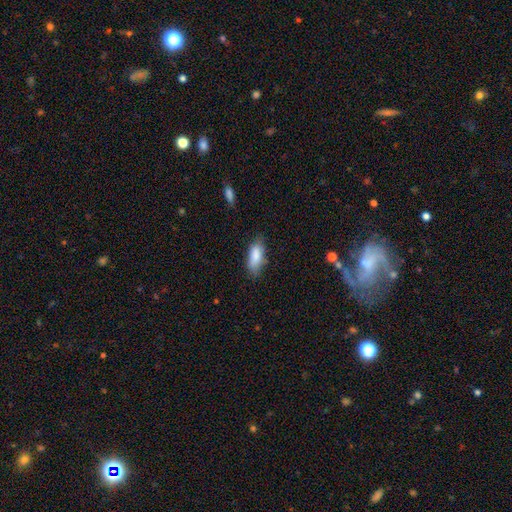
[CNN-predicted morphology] This appears to be a smooth galaxy with no disk features (85%) that is in between round and cigar-shaped (81%). Merging: none (70%).